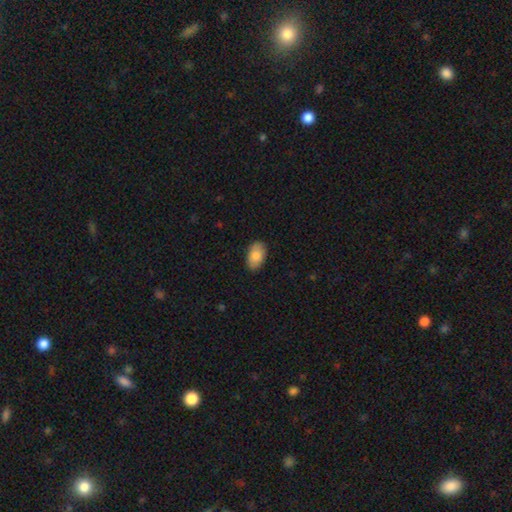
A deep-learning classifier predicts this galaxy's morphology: Smooth or featured: smooth — 84% (featured or disk — 10%)
How rounded: in between — 93% (round — 5%)
Merging: none — 87% (minor disturbance — 10%)